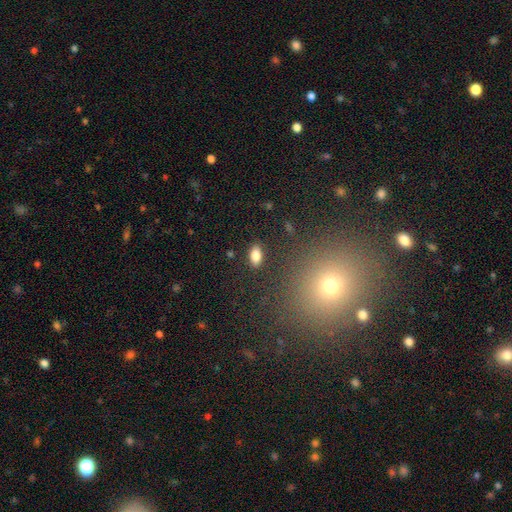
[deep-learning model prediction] smooth-or-featured: smooth: 83% | star or artifact: 9% | featured or disk: 8%
  how-rounded: in between: 91% | round: 5% | cigar-shaped: 5%
  merging: none: 87% | minor disturbance: 9% | major disturbance: 3% | merger: 2%